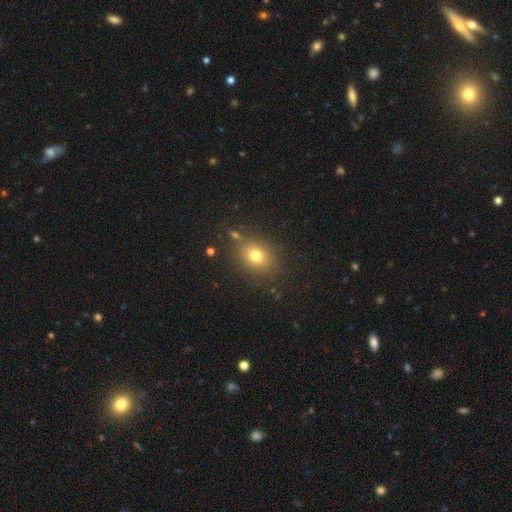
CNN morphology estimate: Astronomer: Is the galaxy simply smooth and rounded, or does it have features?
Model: smooth — 74%.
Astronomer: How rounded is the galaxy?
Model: in between — 53% (runner-up: round, 46%).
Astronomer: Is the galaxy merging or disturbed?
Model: none — 78%.